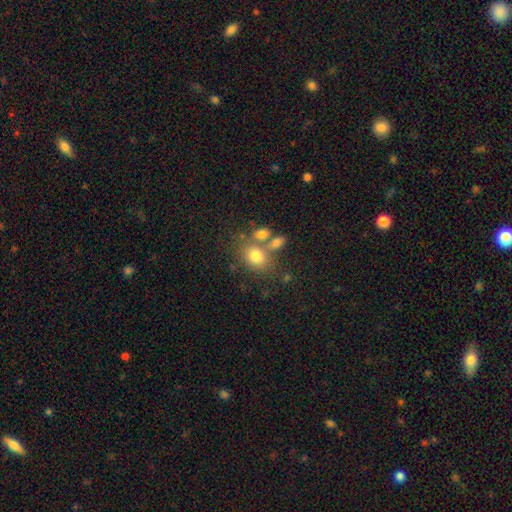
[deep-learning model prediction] smooth 76%, featured or disk 13%, star or artifact 12%. Down the decision tree: how rounded — in between (56%); merging — none (52%).